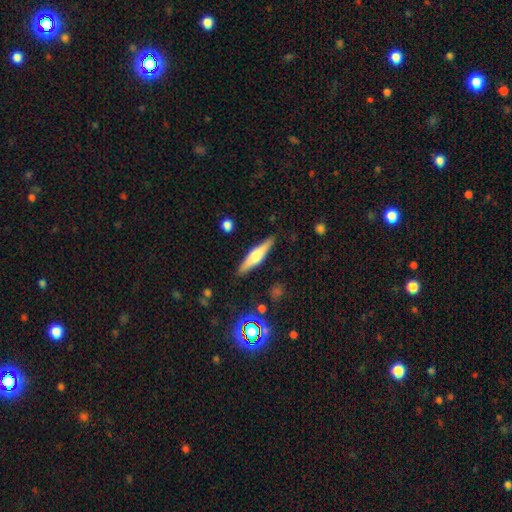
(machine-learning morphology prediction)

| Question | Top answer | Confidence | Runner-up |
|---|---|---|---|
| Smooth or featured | featured or disk | 56% | smooth (37%) |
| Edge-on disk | yes | 96% | no (4%) |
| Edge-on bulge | rounded | 90% | boxy (7%) |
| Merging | none | 88% | minor disturbance (8%) |